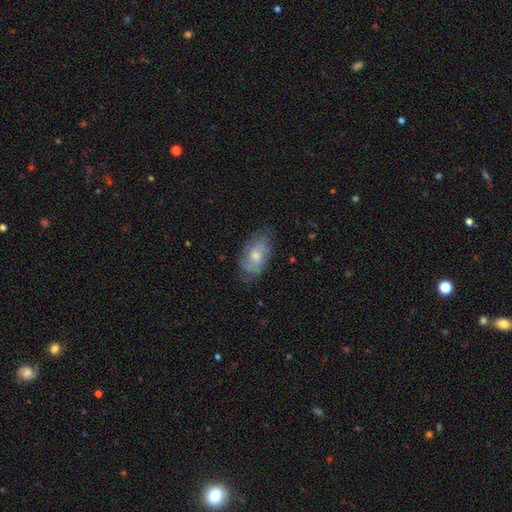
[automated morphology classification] smooth-or-featured: featured or disk: 57% | smooth: 34% | star or artifact: 9%
  disk-edge-on: no: 92% | yes: 8%
    bar: no: 72% | weak: 24% | strong: 4%
    has-spiral-arms: yes: 81% | no: 19%
    bulge-size: moderate: 58% | small: 36% | large: 3% | none: 2% | dominant: 1%
  merging: none: 73% | minor disturbance: 20% | major disturbance: 6% | merger: 1%